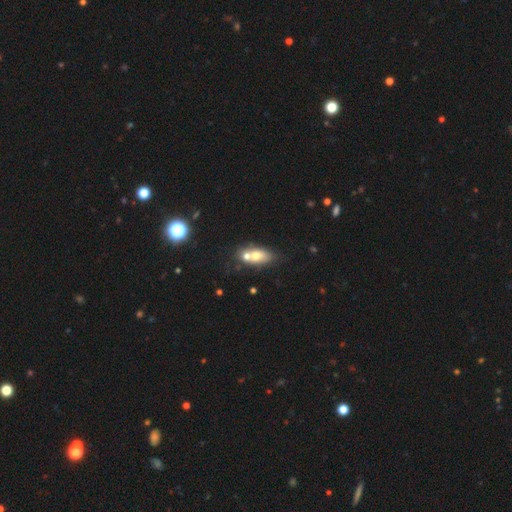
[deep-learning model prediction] smooth-or-featured: smooth: 64% | featured or disk: 26% | star or artifact: 10%
  how-rounded: in between: 75% | round: 16% | cigar-shaped: 9%
  merging: merger: 53% | none: 33% | minor disturbance: 10% | major disturbance: 4%